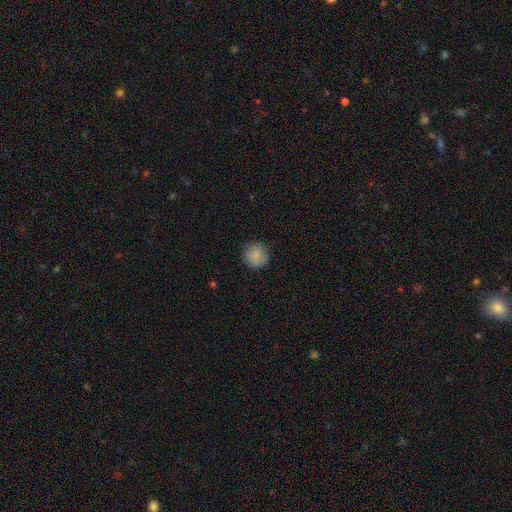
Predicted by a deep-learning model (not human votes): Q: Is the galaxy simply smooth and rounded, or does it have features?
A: smooth — 85%.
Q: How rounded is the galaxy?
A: round — 95%.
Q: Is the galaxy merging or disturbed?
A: none — 86%.